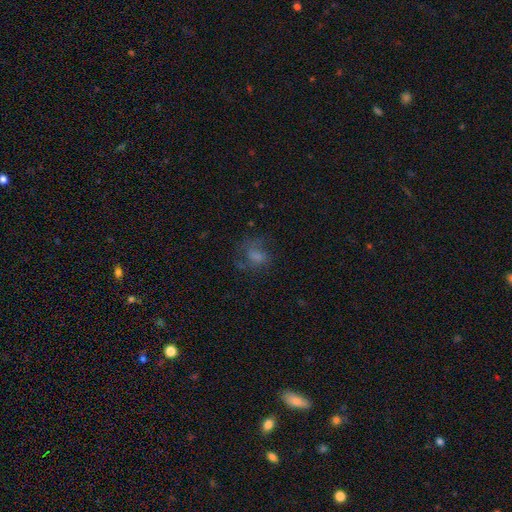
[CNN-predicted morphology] Q: Smooth or featured?
A: smooth (53%); runner-up: featured or disk (31%)
Q: How rounded?
A: in between (54%); runner-up: round (44%)
Q: Merging?
A: none (48%); runner-up: major disturbance (28%)